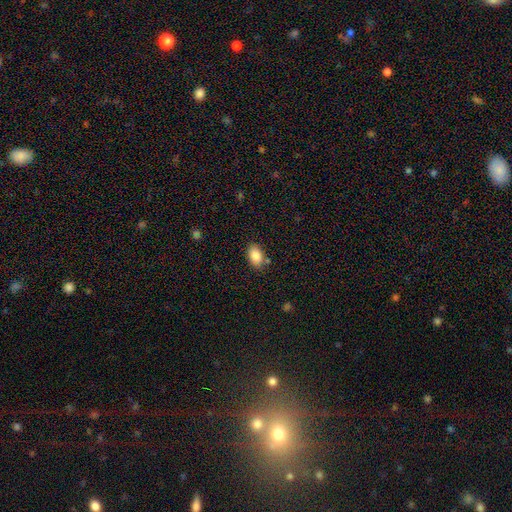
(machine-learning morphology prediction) type=smooth (88%); roundness=in between (89%); merging=none (80%).